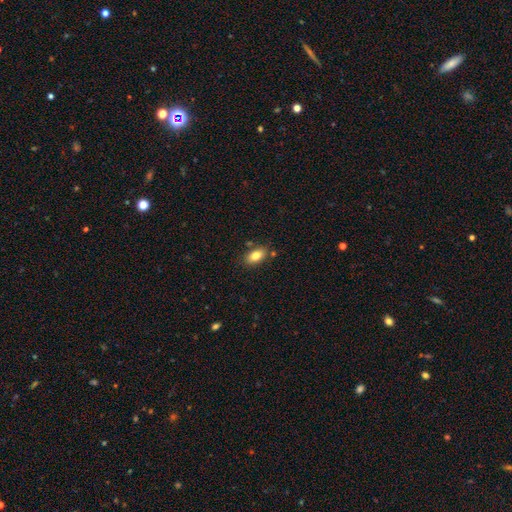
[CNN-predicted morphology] The model was most divided on "merging": none: 79%, minor disturbance: 13%, merger: 6%, major disturbance: 3%. More confident: how rounded — in between (90%); smooth or featured — smooth (81%).